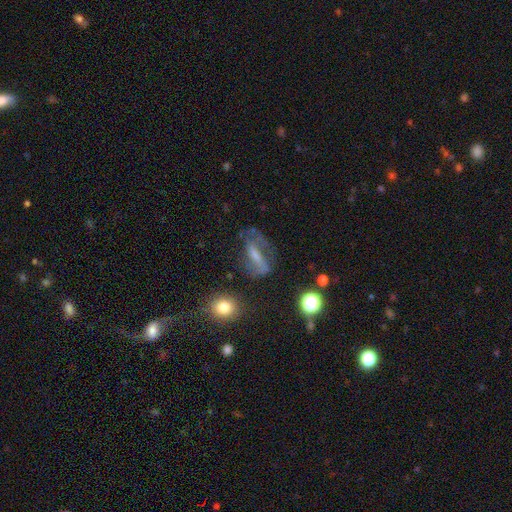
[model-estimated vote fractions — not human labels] Q: Smooth or featured?
A: featured or disk (55%); runner-up: smooth (30%)
Q: Edge-on disk?
A: no (85%); runner-up: yes (15%)
Q: Merging?
A: none (50%); runner-up: major disturbance (25%)